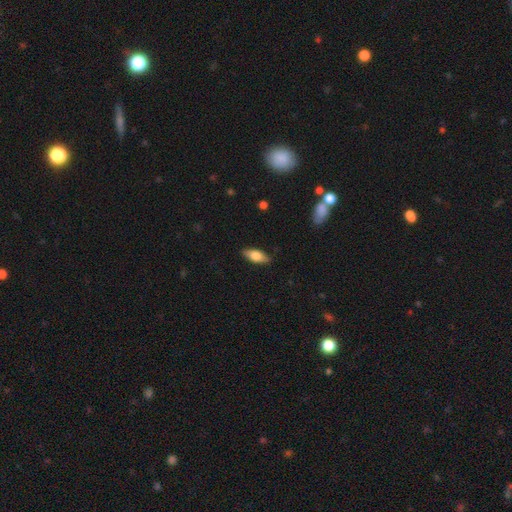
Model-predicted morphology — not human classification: Smooth or featured: smooth — 74% (featured or disk — 20%)
How rounded: in between — 79% (cigar-shaped — 19%)
Merging: none — 86% (minor disturbance — 11%)